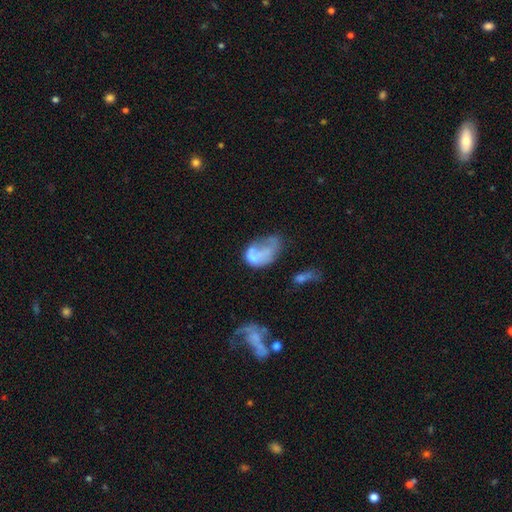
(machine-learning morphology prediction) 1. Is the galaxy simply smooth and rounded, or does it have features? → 49% smooth, 41% featured or disk, 10% star or artifact.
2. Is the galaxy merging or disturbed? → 41% major disturbance, 20% minor disturbance, 20% none, 19% merger.